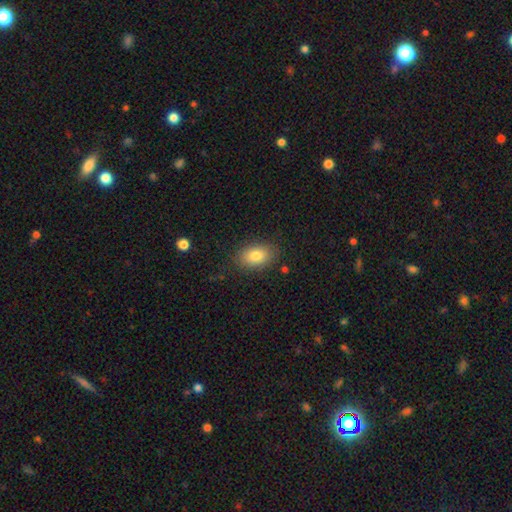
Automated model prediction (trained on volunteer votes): The model was most divided on "how rounded": in between: 85%, round: 14%, cigar-shaped: 1%. More confident: merging — none (85%); smooth or featured — smooth (82%).